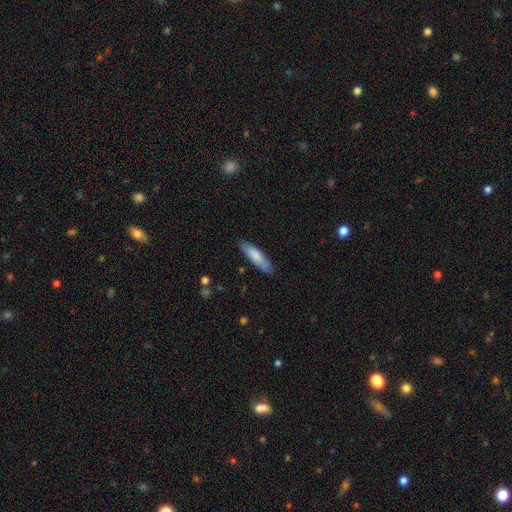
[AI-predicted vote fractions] This appears to be a smooth galaxy with no disk features (78%) that is cigar-shaped (68%). Merging: none (84%).